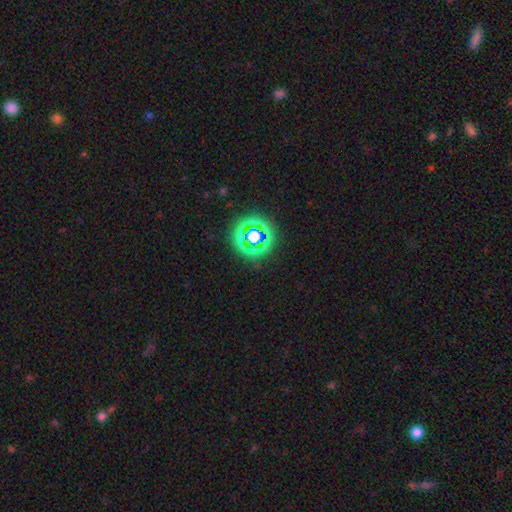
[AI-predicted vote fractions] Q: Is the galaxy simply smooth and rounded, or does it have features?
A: star or artifact — 60%.